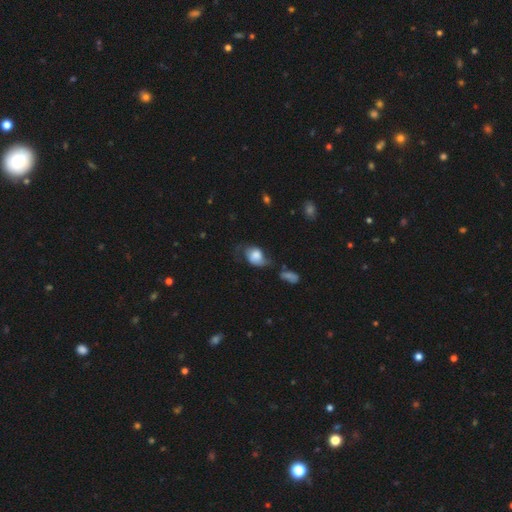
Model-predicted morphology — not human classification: This is possibly a smooth galaxy (51%). How rounded: possibly in between (58%). Merging: marginally none (34%).